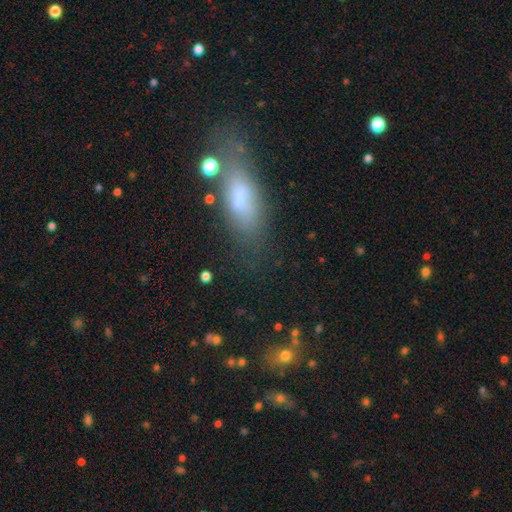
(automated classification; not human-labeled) Smooth or featured? smooth (63%)
How rounded? in between (59%)
Merging? none (71%)